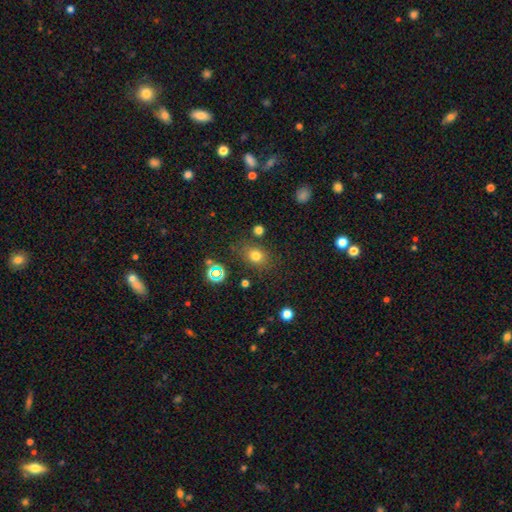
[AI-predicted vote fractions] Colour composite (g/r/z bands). It shows a smooth galaxy with no disk features (72%) that is round (53%). Merging: none (76%).